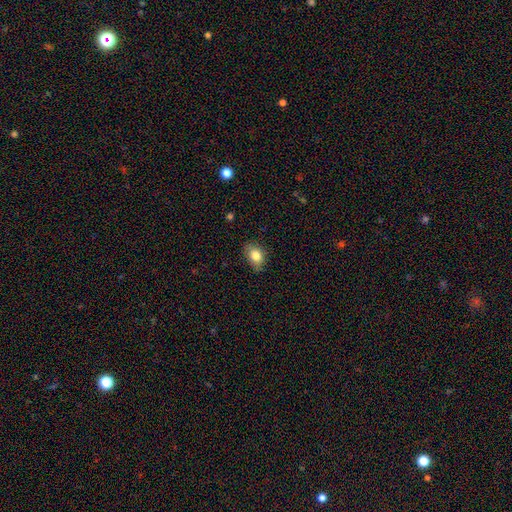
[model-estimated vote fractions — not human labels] A smooth galaxy with no disk features (82%) that is in between round and cigar-shaped (79%).

Vote fractions:
- Smooth or featured? smooth: 82% / featured or disk: 9% / star or artifact: 8%
- How rounded? in between: 79% / round: 20% / cigar-shaped: 1%
- Merging? none: 77% / minor disturbance: 18% / major disturbance: 3% / merger: 1%